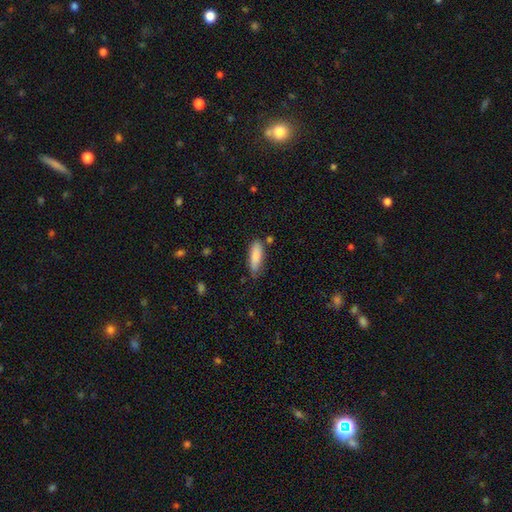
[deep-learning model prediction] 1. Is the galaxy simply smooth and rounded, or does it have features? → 85% smooth, 8% featured or disk, 6% star or artifact.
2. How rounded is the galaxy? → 51% in between, 48% cigar-shaped, 2% round.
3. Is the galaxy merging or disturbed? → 70% none, 22% minor disturbance, 4% major disturbance, 4% merger.